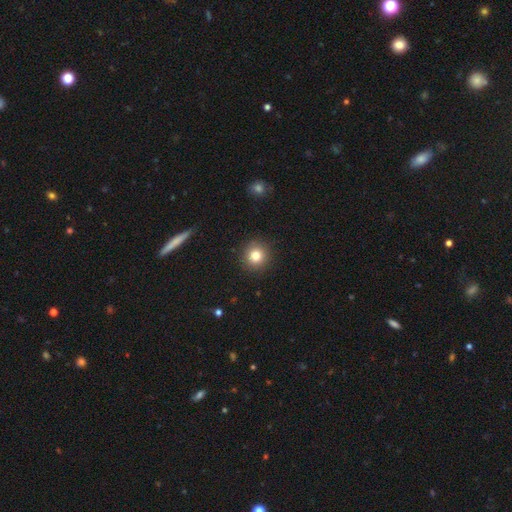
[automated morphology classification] This appears to be a smooth galaxy with no disk features (80%) that is round (94%). Merging: none (91%).